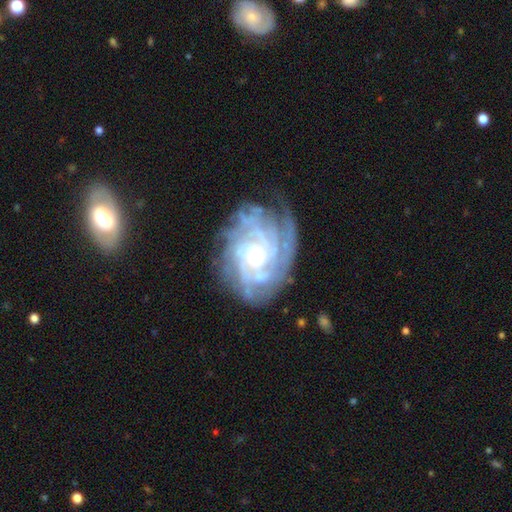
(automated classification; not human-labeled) This appears to be a featured or disk galaxy (87%) with no bar (73%), tight (72%) spiral arms (96%) and a small central bulge (64%). Merging: none (67%).